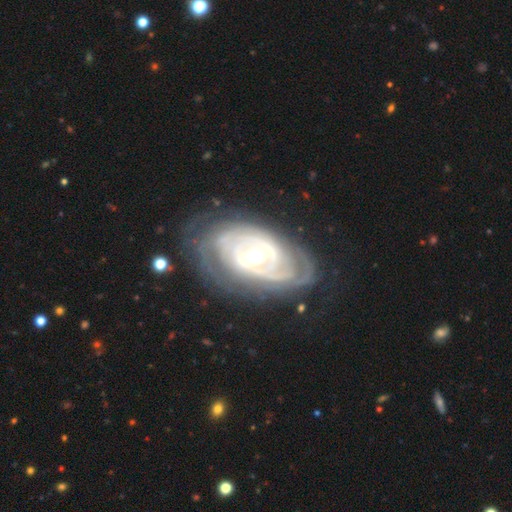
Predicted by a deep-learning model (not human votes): This is clearly a featured or disk galaxy (87%). It is clearly not viewed edge-on (93%). Bar: marginally strong (38%). Spiral arm pattern: clearly yes (87%). Spiral arm count: marginally can't tell (40%). Spiral winding: likely tight (73%). Central bulge: likely moderate (70%). Merging: likely none (71%).